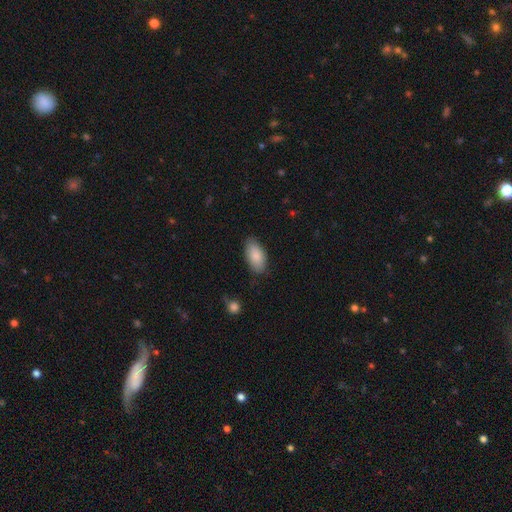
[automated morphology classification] A smooth galaxy with no disk features (86%) that is in between round and cigar-shaped (94%). Merging: none (82%).